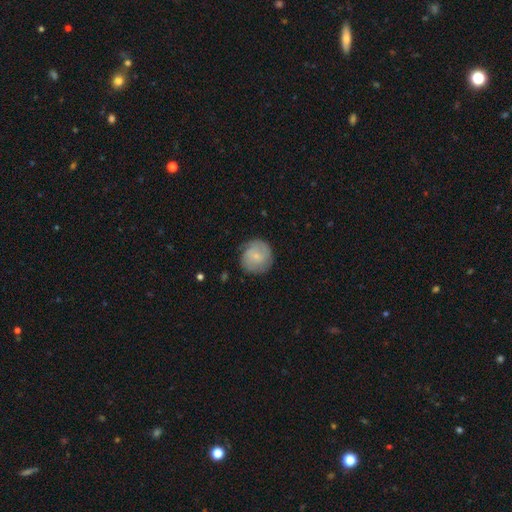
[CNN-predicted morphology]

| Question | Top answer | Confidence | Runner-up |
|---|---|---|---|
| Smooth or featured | smooth | 49% | featured or disk (44%) |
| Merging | none | 73% | minor disturbance (19%) |